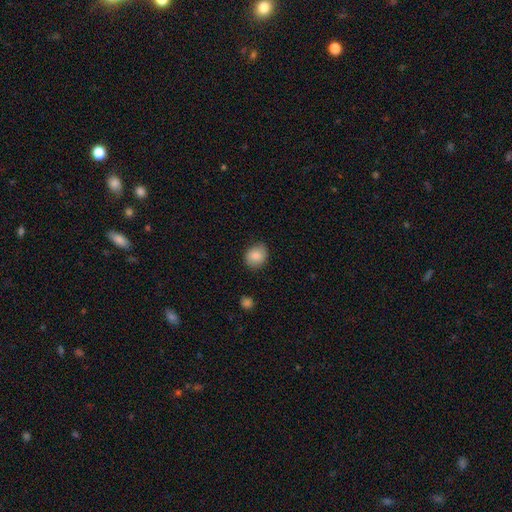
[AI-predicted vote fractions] This appears to be a smooth galaxy with no disk features (85%) that is round (66%). Merging: none (82%).